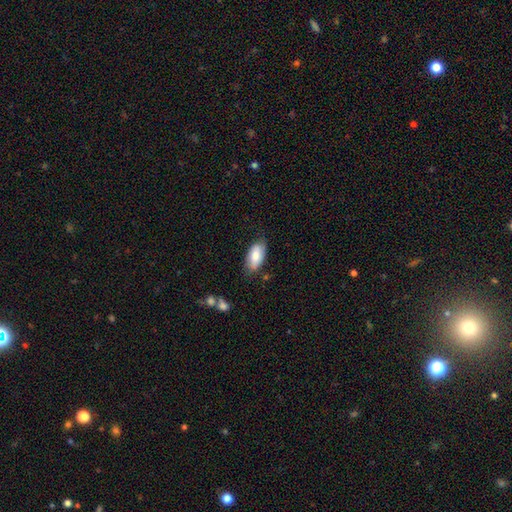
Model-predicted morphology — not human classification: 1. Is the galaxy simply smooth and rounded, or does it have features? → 77% smooth, 17% featured or disk, 6% star or artifact.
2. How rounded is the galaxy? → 93% in between, 4% cigar-shaped, 3% round.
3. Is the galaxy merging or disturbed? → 74% none, 20% minor disturbance, 4% major disturbance, 2% merger.